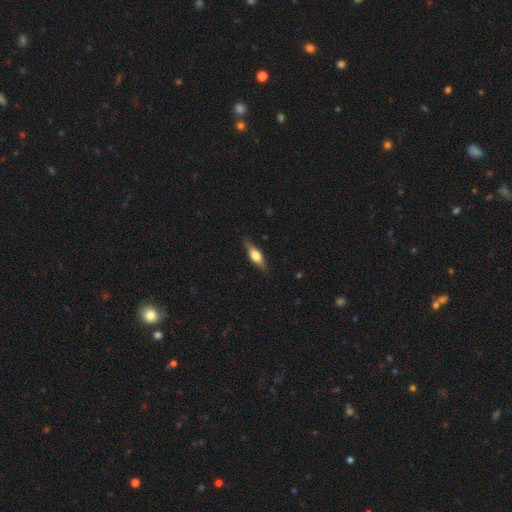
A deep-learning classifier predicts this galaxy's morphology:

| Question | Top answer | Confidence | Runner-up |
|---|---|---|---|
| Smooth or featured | featured or disk | 55% | smooth (38%) |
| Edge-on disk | yes | 94% | no (6%) |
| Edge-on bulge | rounded | 89% | boxy (9%) |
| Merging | none | 84% | minor disturbance (12%) |